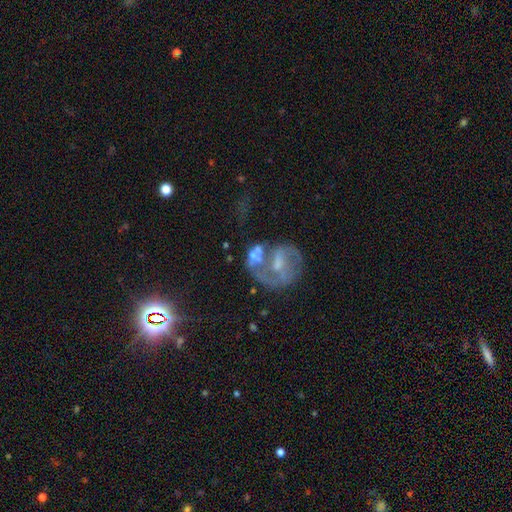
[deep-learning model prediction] Overall: featured or disk (65%). Edge-on disk: no (98%). Bar: no (59%; weak 29%). Spiral arms: no (56%; yes 44%). Bulge size: none (36%; moderate 32%). Merging: none (32%; major disturbance 29%).